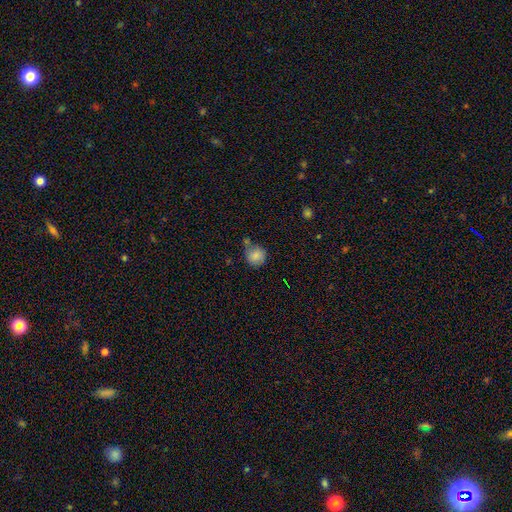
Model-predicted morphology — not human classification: smooth 86%, star or artifact 9%, featured or disk 5%. Down the decision tree: how rounded — round (90%); merging — none (65%).